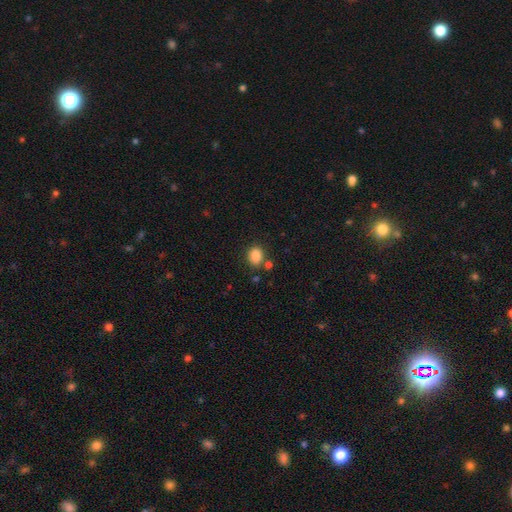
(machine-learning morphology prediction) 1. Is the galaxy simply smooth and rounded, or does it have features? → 86% smooth, 10% star or artifact, 5% featured or disk.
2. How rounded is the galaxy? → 55% in between, 44% round, 1% cigar-shaped.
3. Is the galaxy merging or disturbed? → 75% none, 11% minor disturbance, 10% merger, 3% major disturbance.